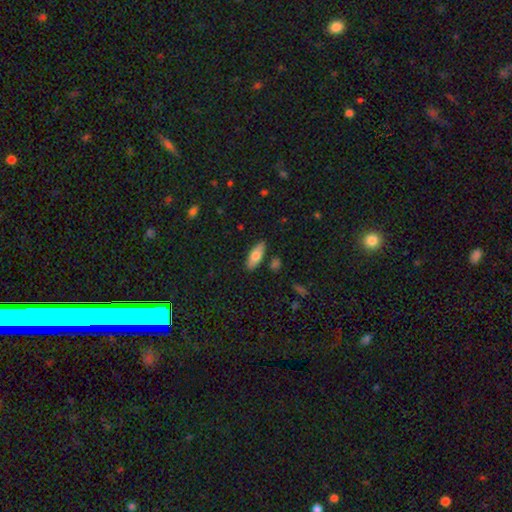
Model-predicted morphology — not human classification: smooth_or_featured: smooth (p=0.73) [alt: featured or disk p=0.21]
how_rounded: in between (p=0.75) [alt: cigar-shaped p=0.22]
merging: none (p=0.85) [alt: minor disturbance p=0.10]